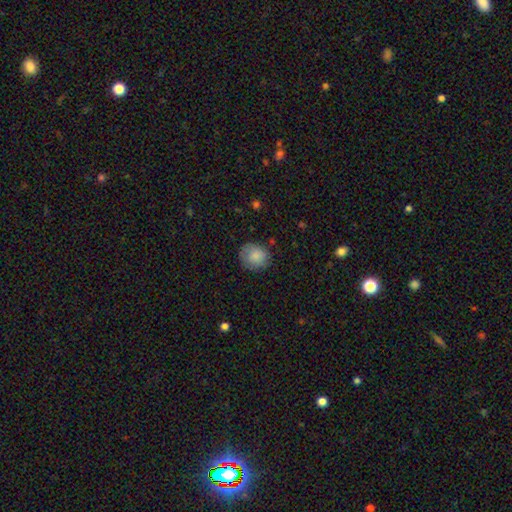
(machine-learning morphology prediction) Smooth or featured: smooth — 83% (featured or disk — 9%)
How rounded: round — 71% (in between — 28%)
Merging: none — 76% (minor disturbance — 18%)